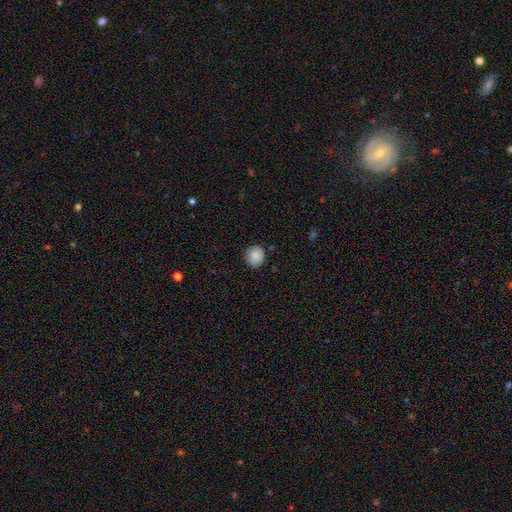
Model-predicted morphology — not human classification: Q: Smooth or featured?
A: smooth (87%); runner-up: star or artifact (8%)
Q: How rounded?
A: round (83%); runner-up: in between (16%)
Q: Merging?
A: none (85%); runner-up: minor disturbance (11%)